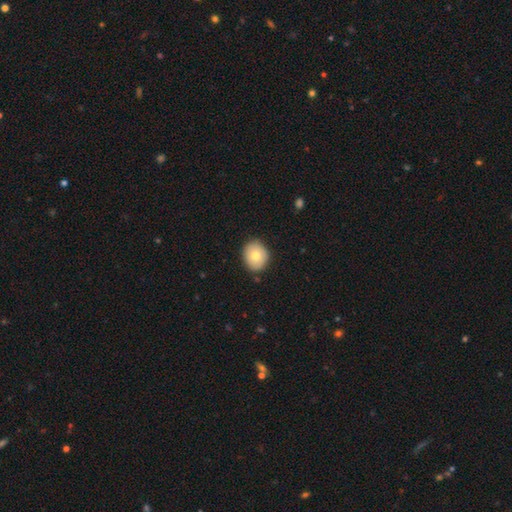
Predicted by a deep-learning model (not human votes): Smooth or featured?
  - smooth: 74% *
  - featured or disk: 18%
  - star or artifact: 8%
How rounded?
  - round: 65% *
  - in between: 34%
  - cigar-shaped: 1%
Merging?
  - none: 86% *
  - minor disturbance: 11%
  - major disturbance: 2%
  - merger: 1%